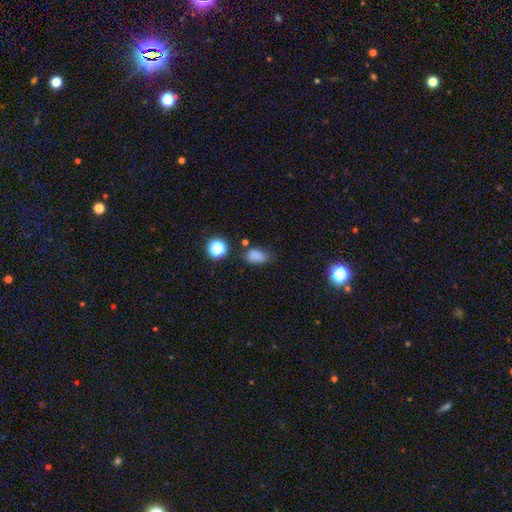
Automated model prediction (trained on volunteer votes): Smooth or featured: smooth — 80% (star or artifact — 14%)
How rounded: in between — 81% (round — 18%)
Merging: none — 62% (minor disturbance — 26%)